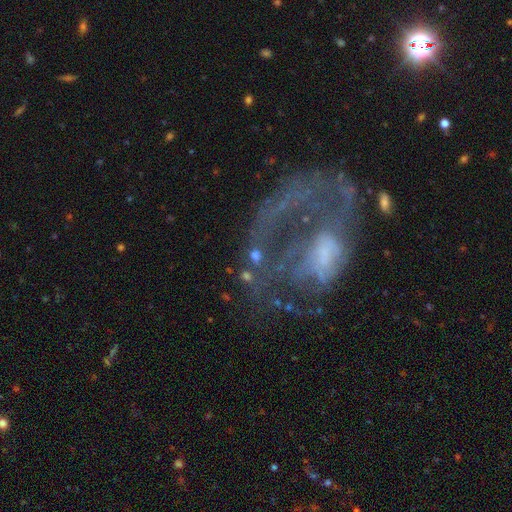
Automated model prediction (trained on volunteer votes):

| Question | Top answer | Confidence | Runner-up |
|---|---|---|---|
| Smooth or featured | featured or disk | 63% | smooth (19%) |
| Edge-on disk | no | 94% | yes (6%) |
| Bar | no | 55% | weak (27%) |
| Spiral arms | yes | 53% | no (47%) |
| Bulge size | moderate | 31% | small (30%) |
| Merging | major disturbance | 38% | none (35%) |